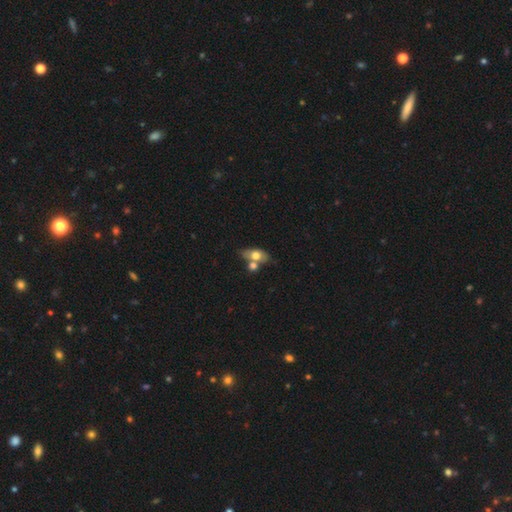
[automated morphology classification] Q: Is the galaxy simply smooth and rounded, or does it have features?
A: smooth — 64%.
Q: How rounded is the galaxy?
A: in between — 78%.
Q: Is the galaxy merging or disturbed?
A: none — 42%.